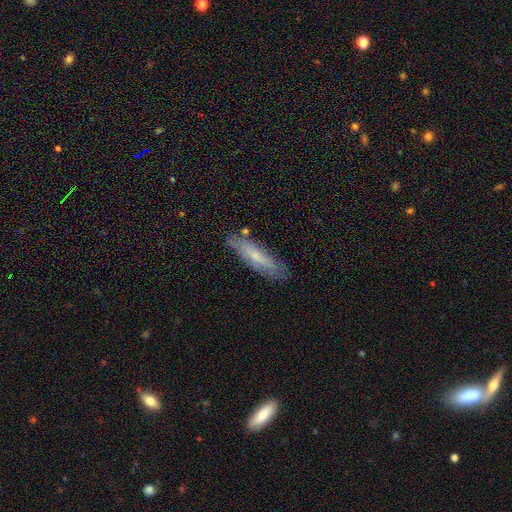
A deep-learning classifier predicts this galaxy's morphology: A smooth galaxy with no disk features (52%) that is cigar-shaped (71%). Merging: none (77%).